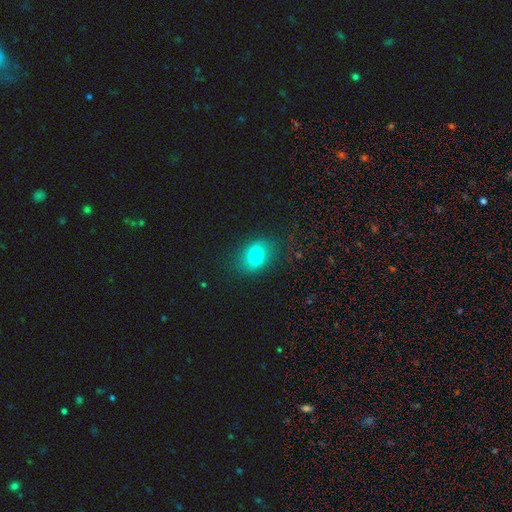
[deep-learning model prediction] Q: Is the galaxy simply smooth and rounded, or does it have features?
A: smooth — 74%.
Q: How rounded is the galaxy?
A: in between — 67%.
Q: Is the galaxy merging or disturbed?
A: none — 81%.